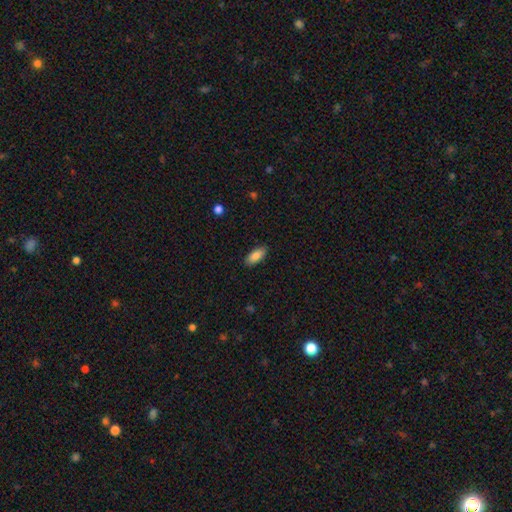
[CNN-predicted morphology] A smooth galaxy with no disk features (86%) that is in between round and cigar-shaped (86%). Merging: none (87%).